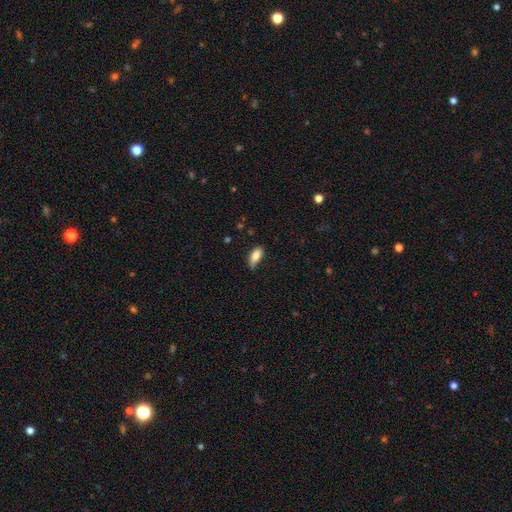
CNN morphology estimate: Q: Smooth or featured?
A: smooth (83%); runner-up: featured or disk (10%)
Q: How rounded?
A: in between (82%); runner-up: cigar-shaped (15%)
Q: Merging?
A: none (62%); runner-up: minor disturbance (30%)